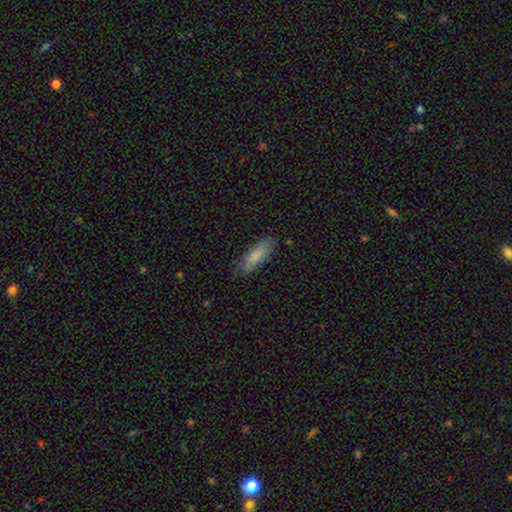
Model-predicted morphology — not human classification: A smooth galaxy with no disk features (83%) that is in between round and cigar-shaped (50%). Merging: none (80%).